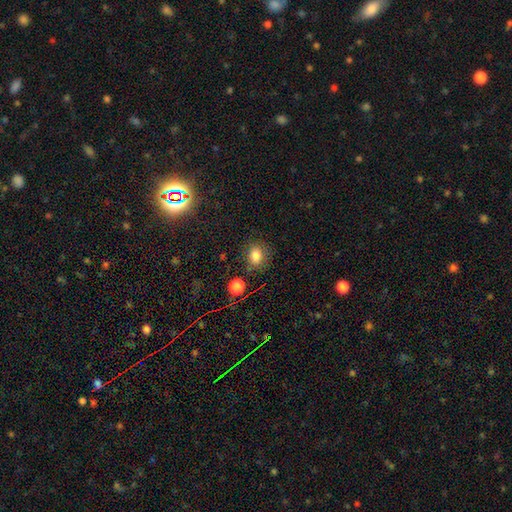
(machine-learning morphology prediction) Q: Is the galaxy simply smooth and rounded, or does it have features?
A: smooth — 82%.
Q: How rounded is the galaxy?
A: in between — 57%.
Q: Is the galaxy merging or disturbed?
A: none — 77%.